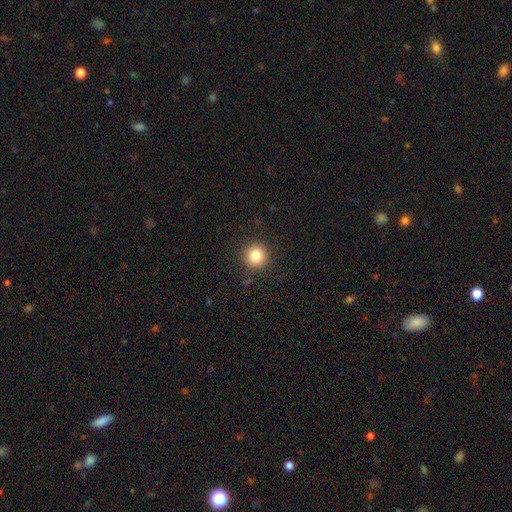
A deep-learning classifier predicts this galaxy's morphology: smooth 83%, star or artifact 11%, featured or disk 6%. Down the decision tree: how rounded — round (95%); merging — none (91%).